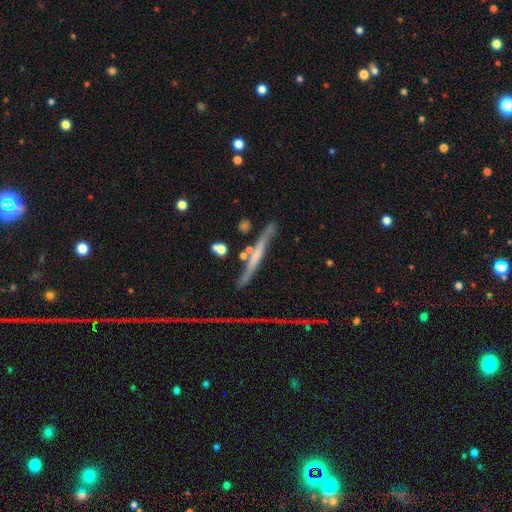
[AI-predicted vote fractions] A featured or disk galaxy (58%) viewed edge-on (92%) with no central bulge (65%). Merging: none (69%).